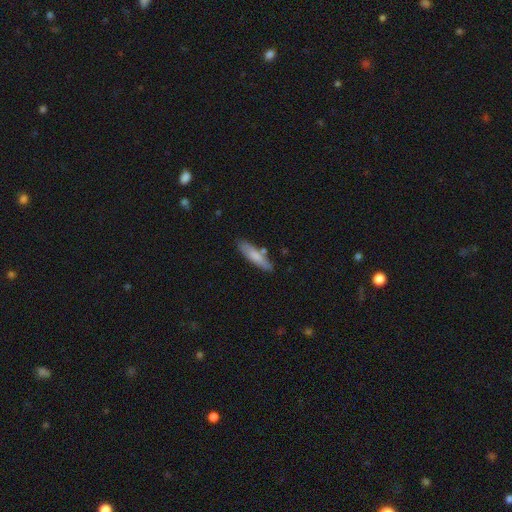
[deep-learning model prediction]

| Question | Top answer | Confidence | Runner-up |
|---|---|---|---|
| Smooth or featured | smooth | 76% | featured or disk (18%) |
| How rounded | cigar-shaped | 72% | in between (26%) |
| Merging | none | 76% | minor disturbance (14%) |